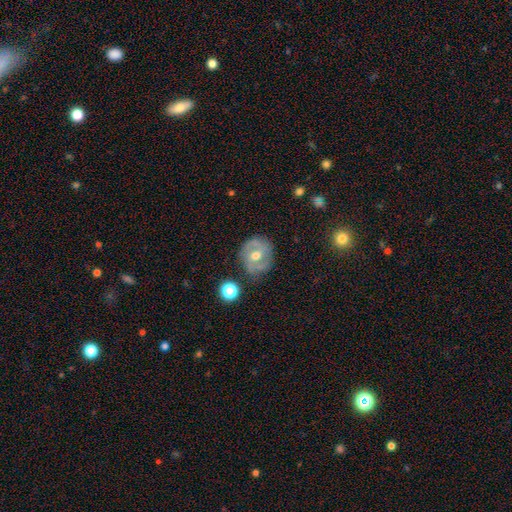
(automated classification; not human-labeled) This is likely a featured or disk galaxy (62%). It is clearly not viewed edge-on (96%). Bar: possibly no (47%). Spiral arm pattern: likely yes (63%). Central bulge: likely moderate (78%). Merging: likely none (75%).